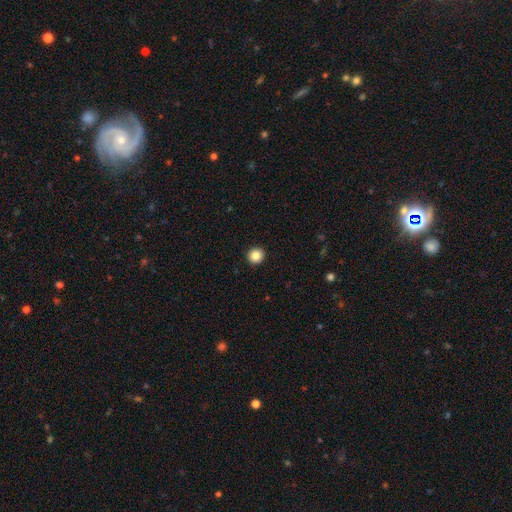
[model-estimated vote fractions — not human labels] smooth 86%, star or artifact 10%, featured or disk 4%. Down the decision tree: how rounded — round (95%); merging — none (94%).